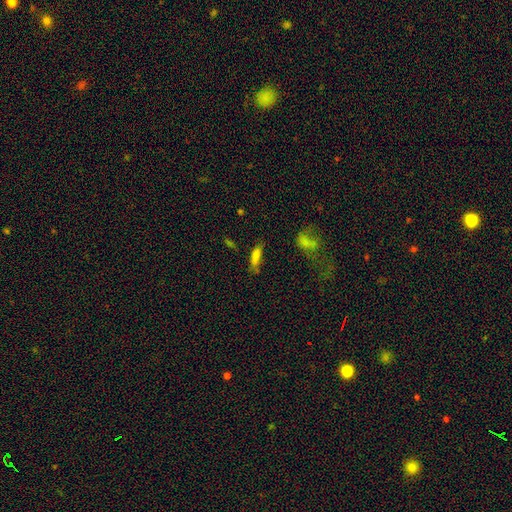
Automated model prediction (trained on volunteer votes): A smooth galaxy with no disk features (69%) that is in between round and cigar-shaped (51%).

Vote fractions:
- Smooth or featured? smooth: 69% / featured or disk: 19% / star or artifact: 12%
- How rounded? in between: 51% / cigar-shaped: 46% / round: 3%
- Merging? none: 57% / minor disturbance: 24% / major disturbance: 10% / merger: 9%